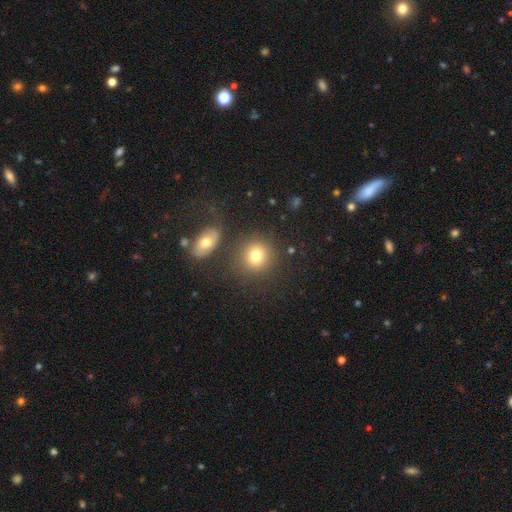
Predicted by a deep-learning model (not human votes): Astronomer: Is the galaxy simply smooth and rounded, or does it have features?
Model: smooth — 78%.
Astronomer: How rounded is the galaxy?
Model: round — 82%.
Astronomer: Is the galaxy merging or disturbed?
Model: none — 77%.